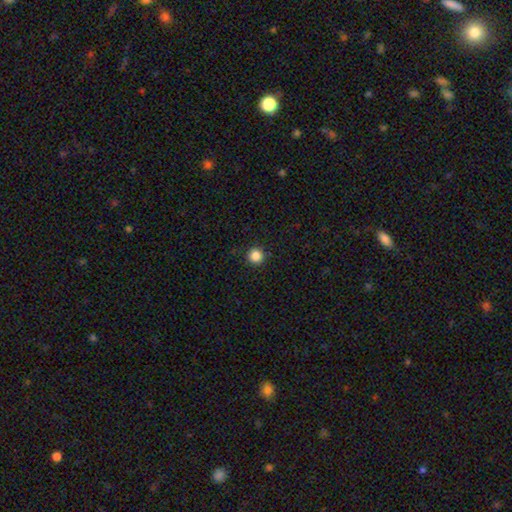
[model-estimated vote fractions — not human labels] A smooth galaxy with no disk features (85%) that is round (96%). Merging: none (93%).